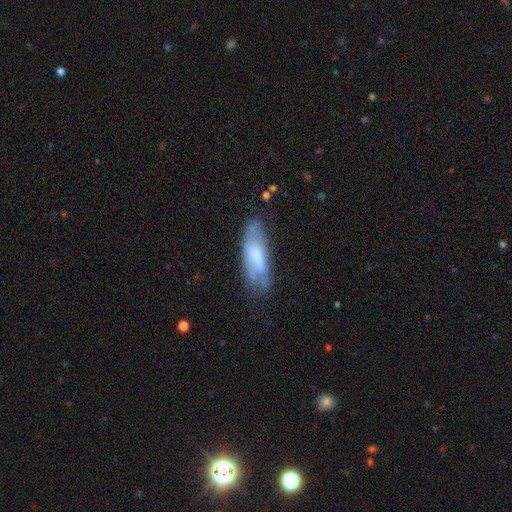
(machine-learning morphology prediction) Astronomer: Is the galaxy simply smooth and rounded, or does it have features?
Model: smooth — 50% (runner-up: featured or disk, 42%).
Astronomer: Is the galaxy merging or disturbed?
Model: none — 57%.